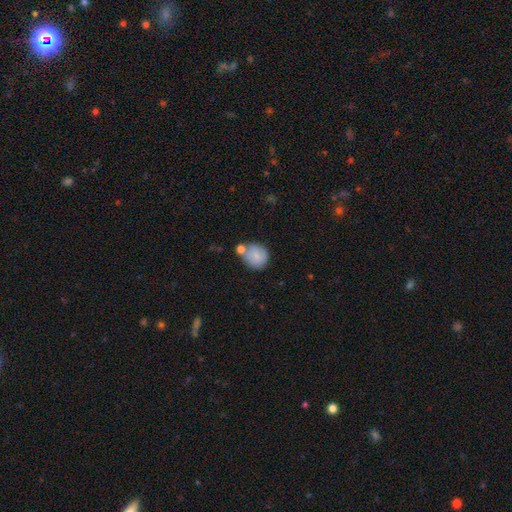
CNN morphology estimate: This appears to be a smooth galaxy with no disk features (82%) that is round (85%). Merging: none (57%).